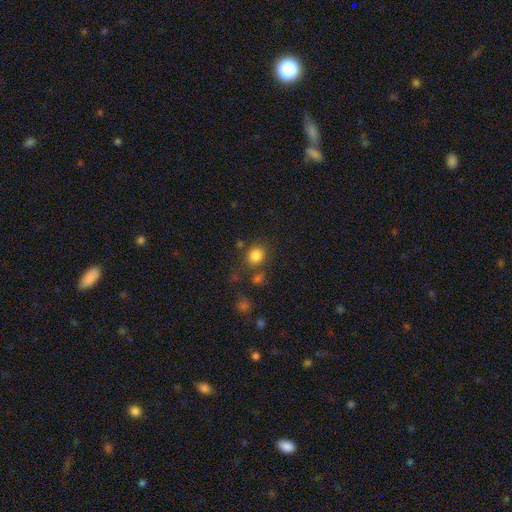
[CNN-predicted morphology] smooth-or-featured: smooth: 82% | star or artifact: 12% | featured or disk: 5%
  how-rounded: round: 80% | in between: 20% | cigar-shaped: 1%
  merging: none: 74% | minor disturbance: 11% | merger: 10% | major disturbance: 5%